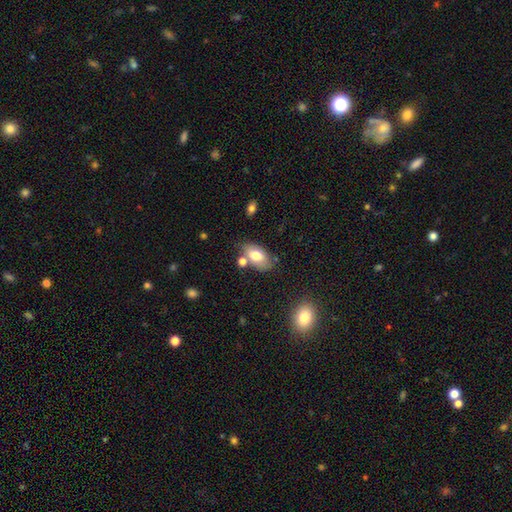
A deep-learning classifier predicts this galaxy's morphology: smooth 73%, featured or disk 20%, star or artifact 8%. Down the decision tree: how rounded — in between (91%); merging — none (67%).